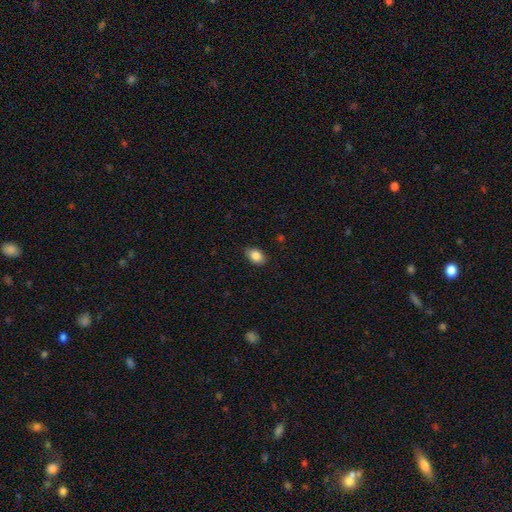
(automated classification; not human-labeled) This is clearly a smooth galaxy (87%). How rounded: clearly in between (81%). Merging: clearly none (82%).